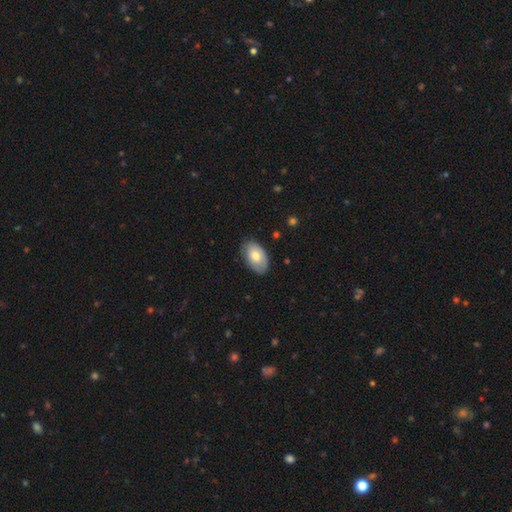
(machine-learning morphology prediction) A smooth galaxy with no disk features (72%) that is in between round and cigar-shaped (93%).

Vote fractions:
- Smooth or featured? smooth: 72% / featured or disk: 22% / star or artifact: 6%
- How rounded? in between: 93% / round: 6% / cigar-shaped: 1%
- Merging? none: 80% / minor disturbance: 16% / major disturbance: 3% / merger: 1%